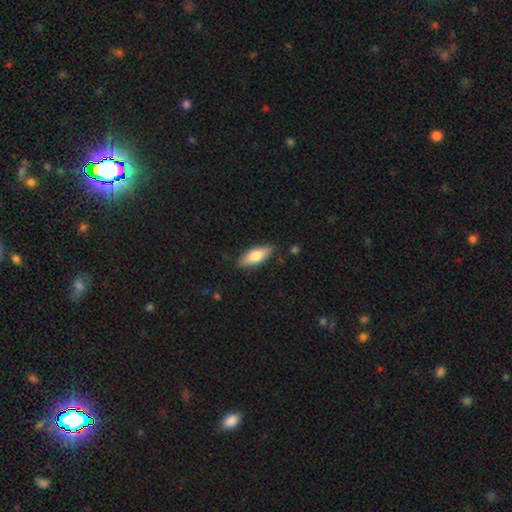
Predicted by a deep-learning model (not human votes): smooth 71%, featured or disk 23%, star or artifact 6%. Down the decision tree: how rounded — in between (67%); merging — none (84%).